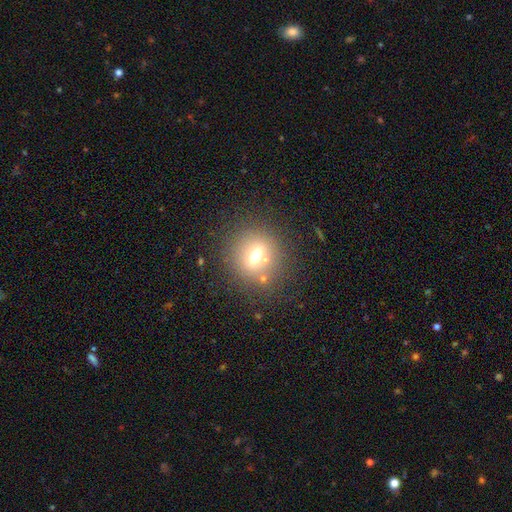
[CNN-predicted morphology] smooth-or-featured: smooth: 62% | featured or disk: 21% | star or artifact: 17%
  how-rounded: round: 77% | in between: 21% | cigar-shaped: 2%
  merging: none: 72% | merger: 12% | minor disturbance: 11% | major disturbance: 5%